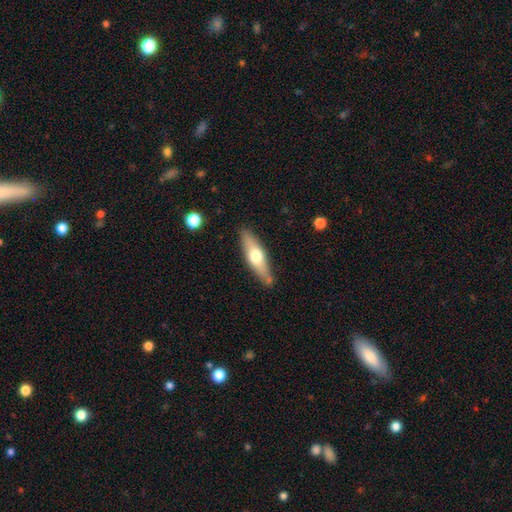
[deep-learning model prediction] A smooth galaxy with no disk features (50%) that is cigar-shaped (65%). Merging: none (81%).